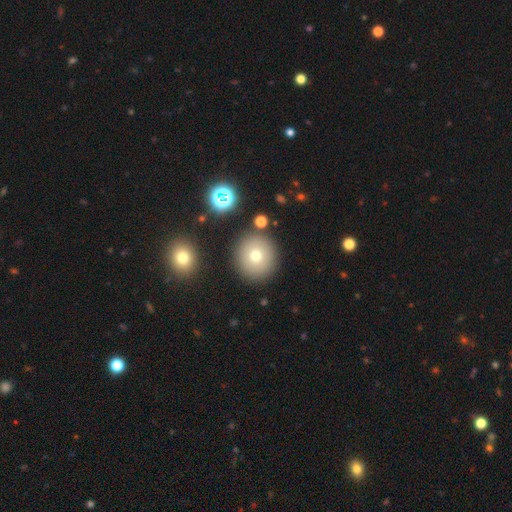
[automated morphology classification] Smooth or featured: smooth — 73% (featured or disk — 14%)
How rounded: round — 93% (in between — 6%)
Merging: none — 86% (minor disturbance — 7%)